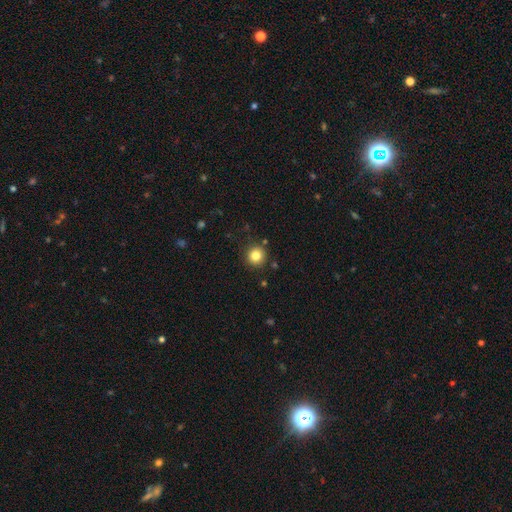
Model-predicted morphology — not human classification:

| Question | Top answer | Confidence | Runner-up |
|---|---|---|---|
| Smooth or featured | smooth | 82% | star or artifact (11%) |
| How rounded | round | 94% | in between (5%) |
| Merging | none | 89% | minor disturbance (7%) |